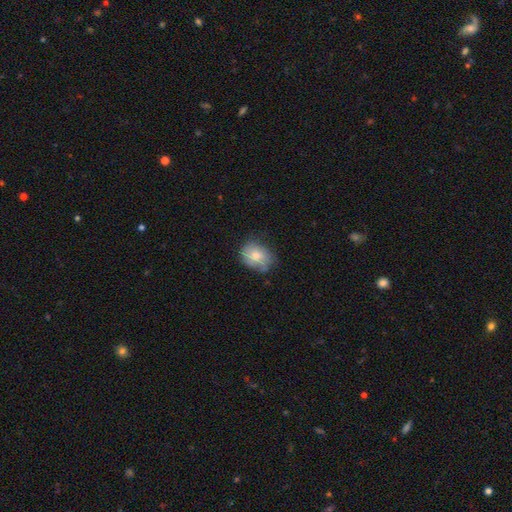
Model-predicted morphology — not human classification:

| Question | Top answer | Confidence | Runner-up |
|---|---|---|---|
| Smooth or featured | smooth | 73% | featured or disk (20%) |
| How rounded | in between | 50% | round (49%) |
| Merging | none | 61% | minor disturbance (29%) |